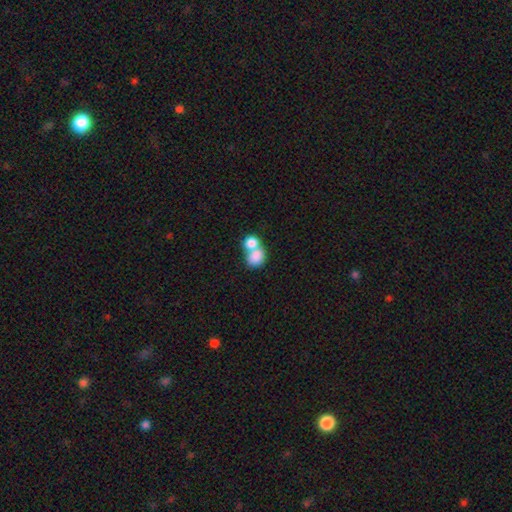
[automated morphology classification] Overall: smooth (81%). How rounded: round (53%; in between 46%). Merging: merger (63%; none 27%).